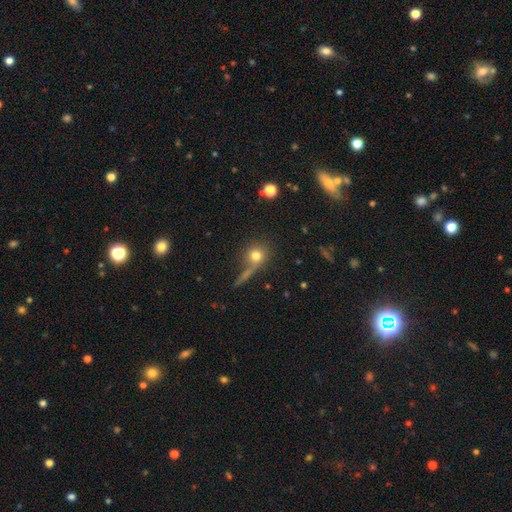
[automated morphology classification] This appears to be a smooth galaxy with no disk features (75%) that is round (82%). Merging: none (55%).